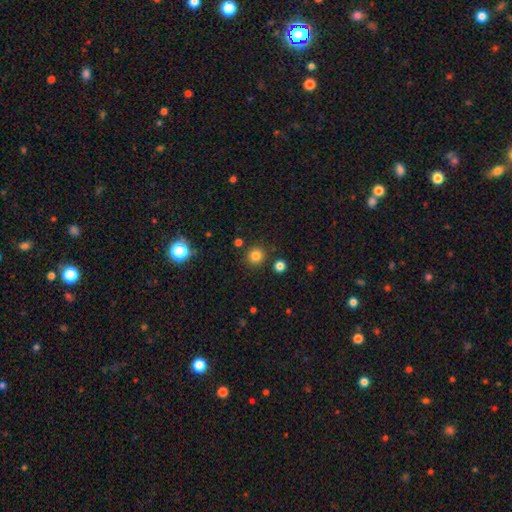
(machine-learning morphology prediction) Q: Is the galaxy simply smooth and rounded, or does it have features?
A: smooth — 81%.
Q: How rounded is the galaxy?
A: round — 93%.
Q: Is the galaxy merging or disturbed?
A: none — 87%.